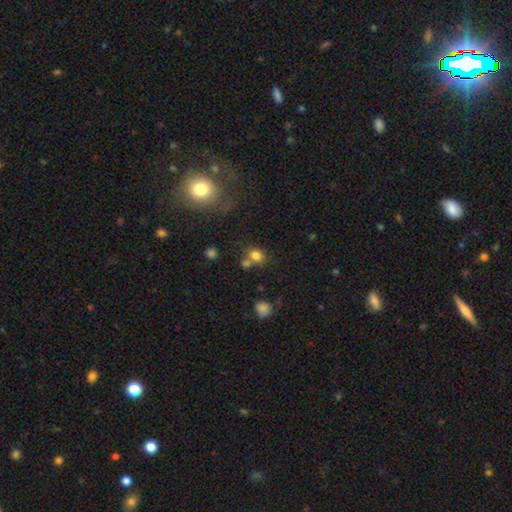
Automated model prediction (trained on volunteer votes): Smooth or featured?
  - smooth: 78% *
  - star or artifact: 14%
  - featured or disk: 8%
How rounded?
  - round: 65% *
  - in between: 34%
  - cigar-shaped: 1%
Merging?
  - none: 55% *
  - merger: 29%
  - minor disturbance: 12%
  - major disturbance: 5%